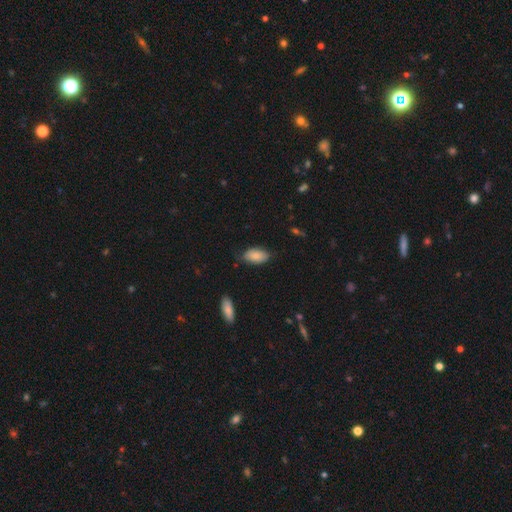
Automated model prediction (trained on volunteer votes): Smooth or featured? Predicted: smooth (p=0.85). How rounded? Predicted: in between (p=0.94). Merging? Predicted: none (p=0.73).